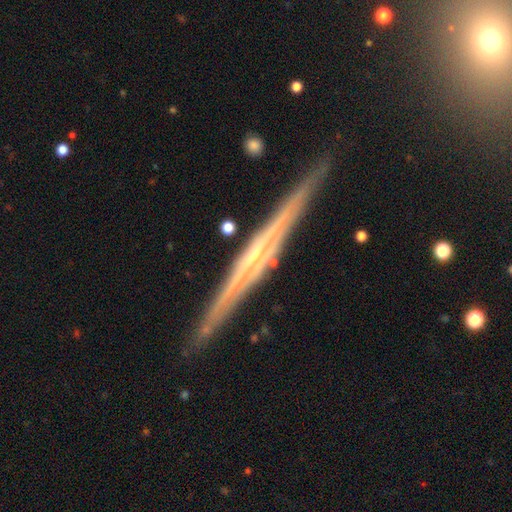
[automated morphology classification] This appears to be a featured or disk galaxy (86%) viewed edge-on (98%) with a rounded central bulge (52%). Merging: none (89%).